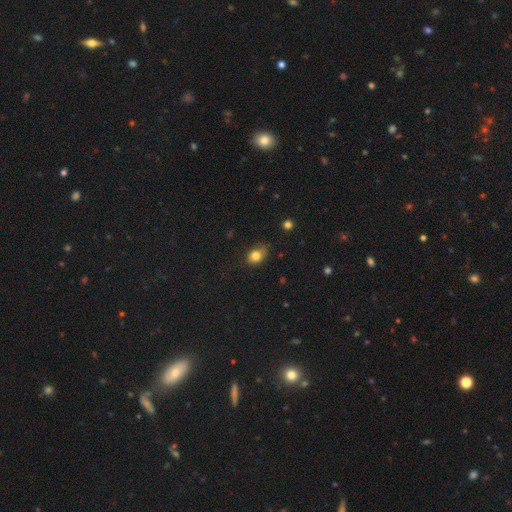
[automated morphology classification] Smooth or featured: smooth — 82% (star or artifact — 11%)
How rounded: in between — 58% (round — 41%)
Merging: none — 65% (minor disturbance — 27%)